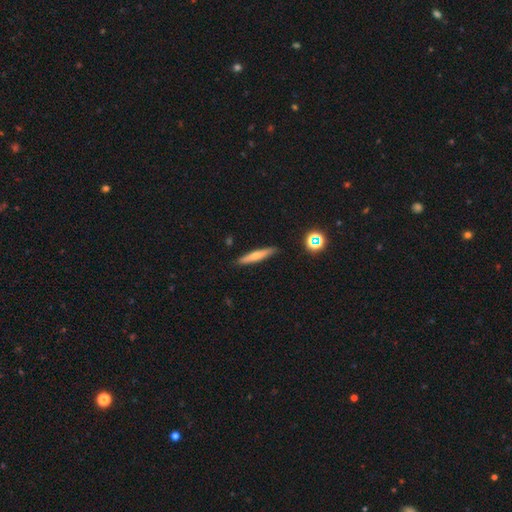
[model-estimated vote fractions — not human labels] This is possibly a smooth galaxy (54%). How rounded: clearly cigar-shaped (90%). Merging: clearly none (89%).